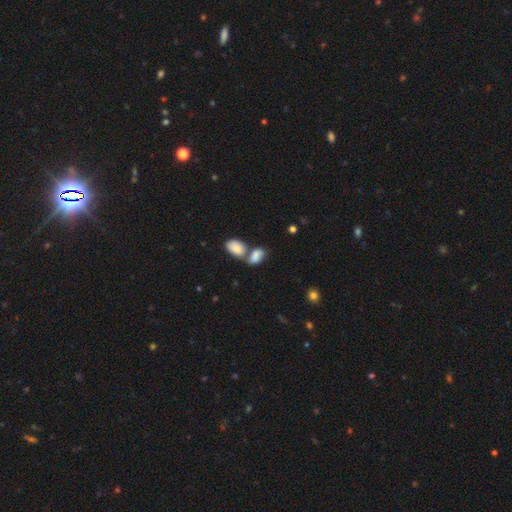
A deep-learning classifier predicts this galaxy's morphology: Overall: smooth (81%). How rounded: in between (90%). Merging: merger (61%; none 25%).